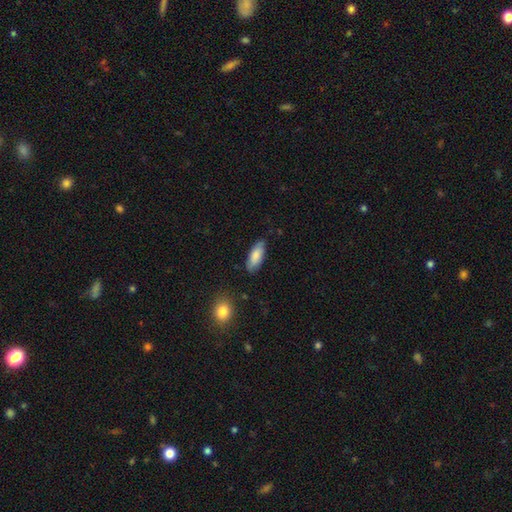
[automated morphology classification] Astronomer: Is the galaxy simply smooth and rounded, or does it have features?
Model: smooth — 81%.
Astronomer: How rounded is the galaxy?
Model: in between — 76%.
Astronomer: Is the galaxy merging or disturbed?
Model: none — 78%.